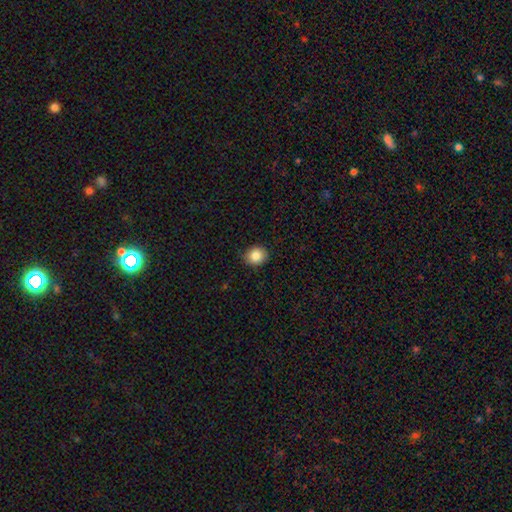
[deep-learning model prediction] A smooth galaxy with no disk features (86%) that is round (71%). Merging: none (86%).